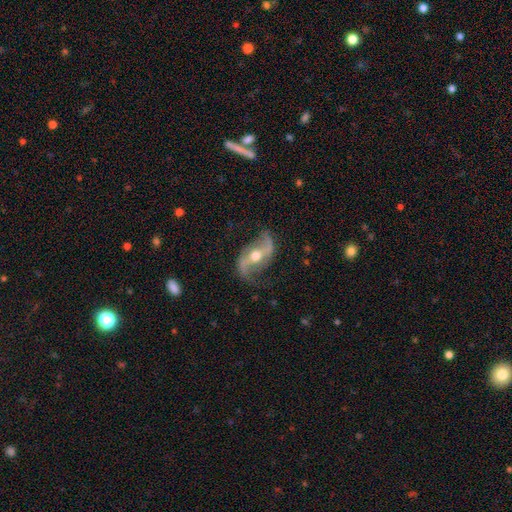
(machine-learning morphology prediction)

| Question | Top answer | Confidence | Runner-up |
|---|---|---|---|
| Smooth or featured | featured or disk | 89% | smooth (6%) |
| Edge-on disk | no | 95% | yes (5%) |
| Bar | weak | 35% | strong (34%) |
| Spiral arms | yes | 95% | no (5%) |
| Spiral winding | loose | 72% | medium (22%) |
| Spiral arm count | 2 | 93% | can't tell (2%) |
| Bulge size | moderate | 75% | small (17%) |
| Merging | none | 77% | minor disturbance (15%) |